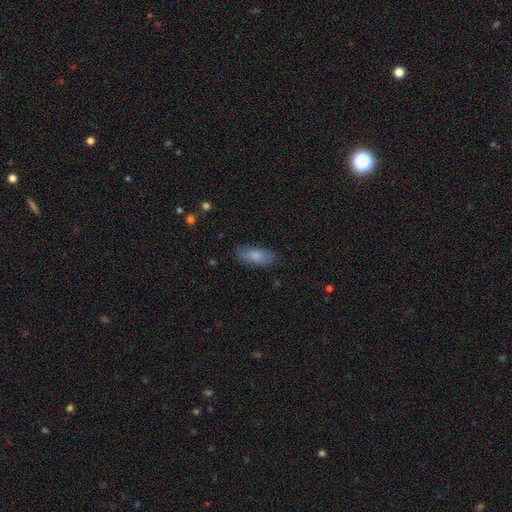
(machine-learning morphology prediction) type=smooth (82%); roundness=in between (79%); merging=none (85%).